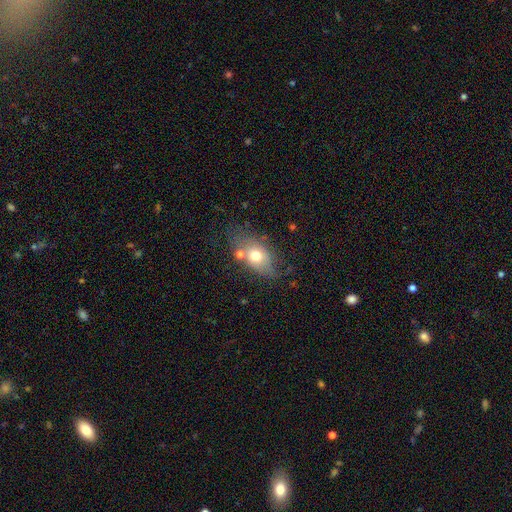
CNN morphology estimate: The model was most divided on "merging": none: 55%, minor disturbance: 22%, merger: 13%, major disturbance: 10%. More confident: how rounded — in between (78%); smooth or featured — smooth (65%).